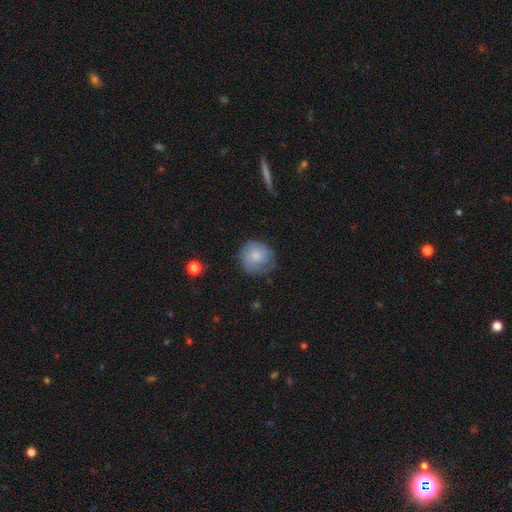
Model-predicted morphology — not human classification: smooth_or_featured: smooth (p=0.70) [alt: featured or disk p=0.22]
how_rounded: round (p=0.87) [alt: in between p=0.12]
merging: none (p=0.65) [alt: minor disturbance p=0.24]